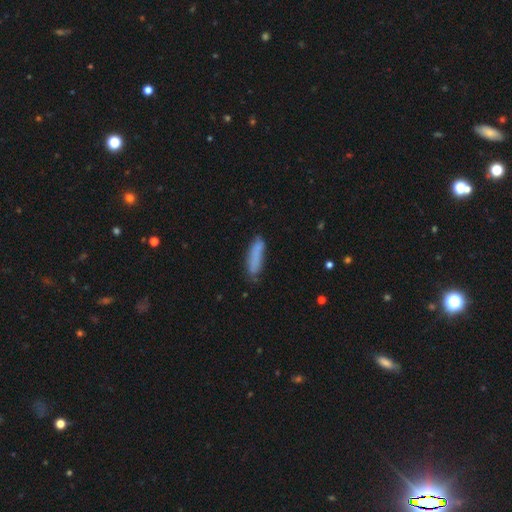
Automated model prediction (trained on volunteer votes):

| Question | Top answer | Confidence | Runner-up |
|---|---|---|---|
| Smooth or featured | smooth | 81% | featured or disk (12%) |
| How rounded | cigar-shaped | 72% | in between (27%) |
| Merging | none | 72% | minor disturbance (20%) |